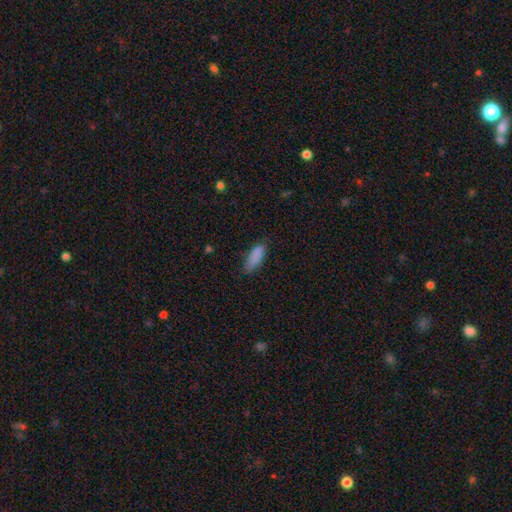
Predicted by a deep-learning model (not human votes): A smooth galaxy with no disk features (86%) that is in between round and cigar-shaped (73%). Merging: none (71%).